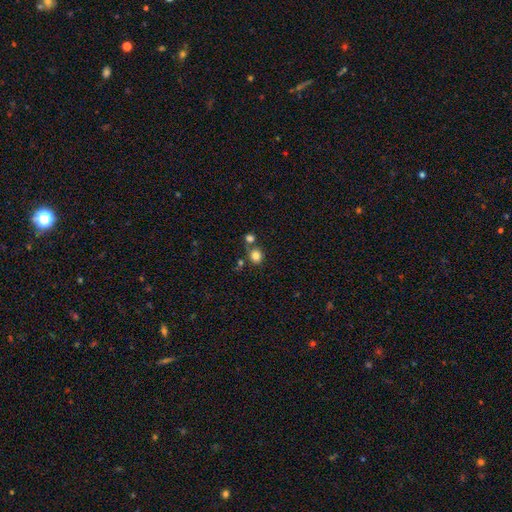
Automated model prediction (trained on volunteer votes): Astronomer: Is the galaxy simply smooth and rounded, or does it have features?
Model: smooth — 82%.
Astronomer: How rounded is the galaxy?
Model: round — 78%.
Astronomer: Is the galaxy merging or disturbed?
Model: none — 60%.